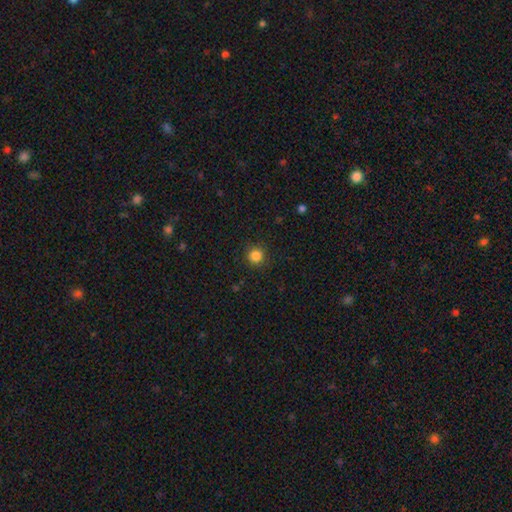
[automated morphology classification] Smooth or featured?
  - smooth: 84% *
  - star or artifact: 12%
  - featured or disk: 4%
How rounded?
  - round: 94% *
  - in between: 5%
  - cigar-shaped: 1%
Merging?
  - none: 90% *
  - minor disturbance: 7%
  - major disturbance: 2%
  - merger: 1%